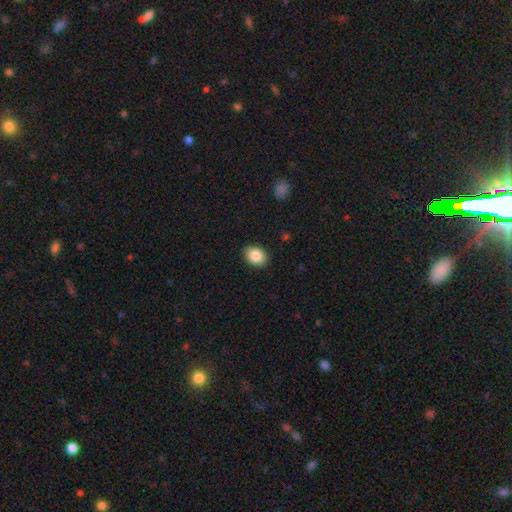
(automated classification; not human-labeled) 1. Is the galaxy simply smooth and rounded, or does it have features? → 85% smooth, 8% star or artifact, 7% featured or disk.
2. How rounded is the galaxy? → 65% in between, 34% round, 1% cigar-shaped.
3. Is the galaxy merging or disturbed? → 90% none, 8% minor disturbance, 2% major disturbance, 1% merger.